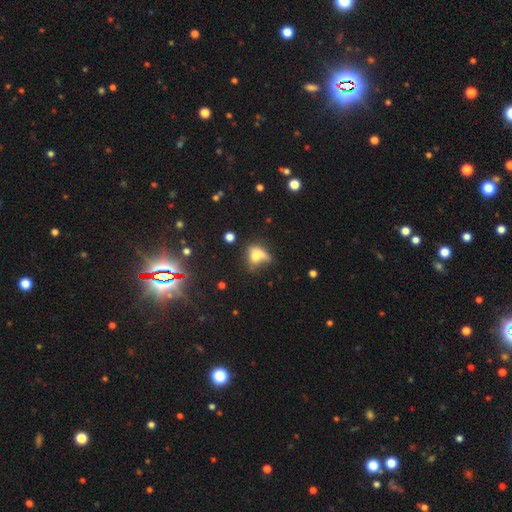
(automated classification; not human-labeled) smooth_or_featured: smooth (p=0.60) [alt: featured or disk p=0.24]
how_rounded: in between (p=0.56) [alt: round p=0.38]
merging: none (p=0.31) [alt: major disturbance p=0.27]